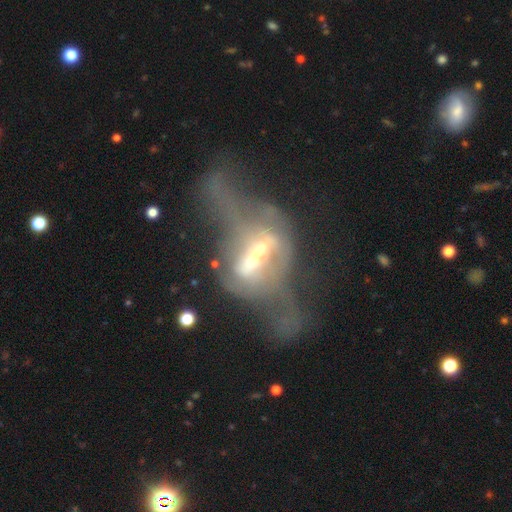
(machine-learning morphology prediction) Smooth or featured: featured or disk — 72% (smooth — 19%)
Edge-on disk: no — 74% (yes — 26%)
Bar: strong — 65% (weak — 20%)
Spiral arms: no — 55% (yes — 45%)
Bulge size: moderate — 39% (small — 28%)
Merging: major disturbance — 58% (none — 17%)